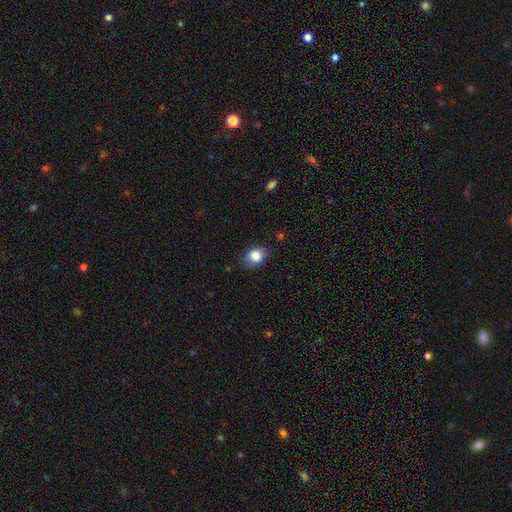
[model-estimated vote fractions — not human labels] This appears to be a smooth galaxy with no disk features (82%) that is in between round and cigar-shaped (57%). Merging: none (74%).